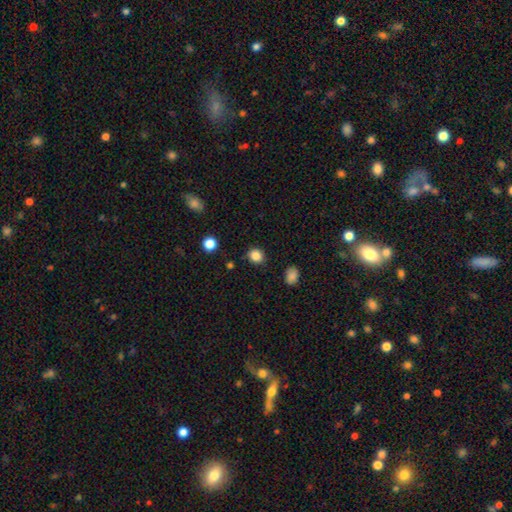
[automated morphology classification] Smooth or featured: smooth — 86% (star or artifact — 11%)
How rounded: round — 81% (in between — 18%)
Merging: none — 87% (minor disturbance — 9%)